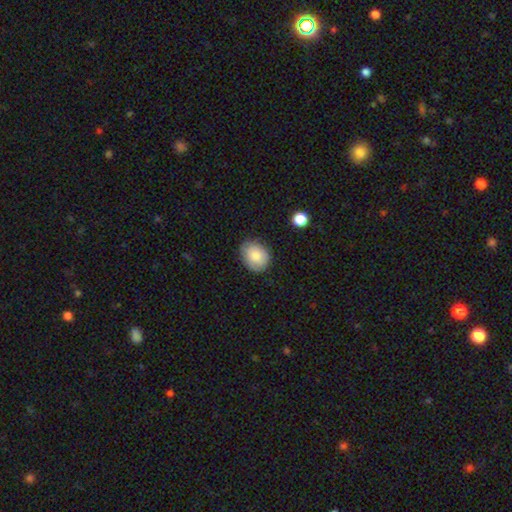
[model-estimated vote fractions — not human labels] Smooth or featured? smooth (80%)
How rounded? in between (50%)
Merging? none (77%)